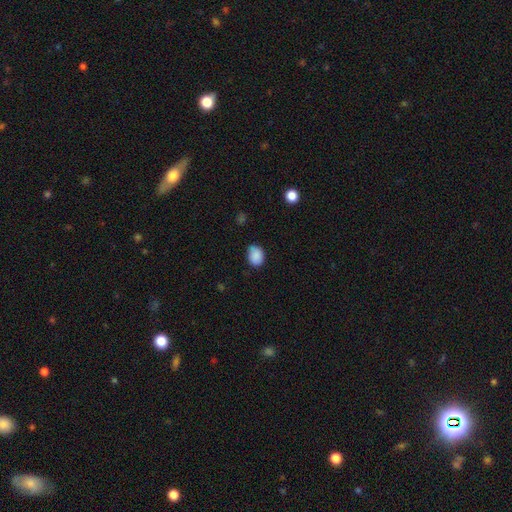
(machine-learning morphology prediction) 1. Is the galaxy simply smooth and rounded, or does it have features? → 87% smooth, 8% star or artifact, 5% featured or disk.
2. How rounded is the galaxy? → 62% in between, 37% round, 1% cigar-shaped.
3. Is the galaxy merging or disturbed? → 71% none, 24% minor disturbance, 4% major disturbance, 1% merger.